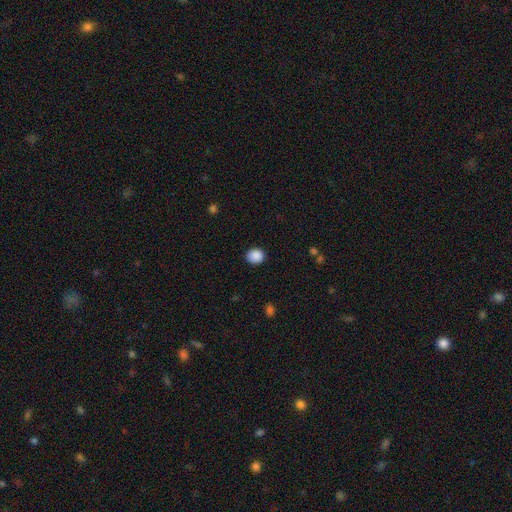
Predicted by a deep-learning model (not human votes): This is clearly a smooth galaxy (89%). How rounded: likely round (74%). Merging: clearly none (89%).